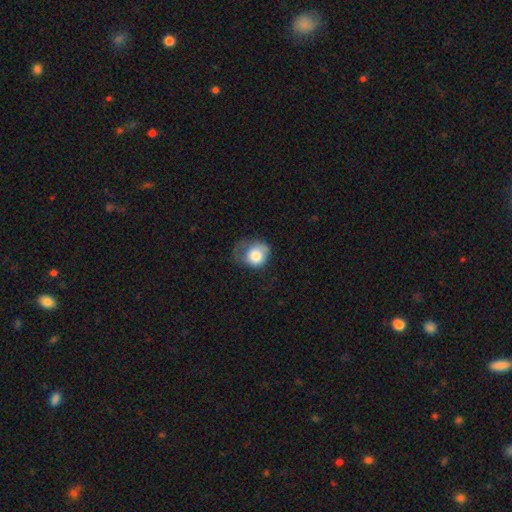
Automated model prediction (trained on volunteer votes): A smooth galaxy with no disk features (78%) that is round (69%). Merging: minor disturbance (37%).